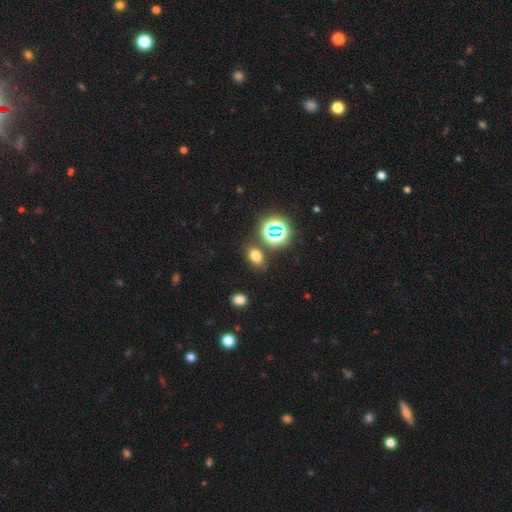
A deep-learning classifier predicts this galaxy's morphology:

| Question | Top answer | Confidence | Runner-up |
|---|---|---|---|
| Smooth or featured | smooth | 67% | star or artifact (26%) |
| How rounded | in between | 73% | round (25%) |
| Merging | none | 79% | minor disturbance (11%) |